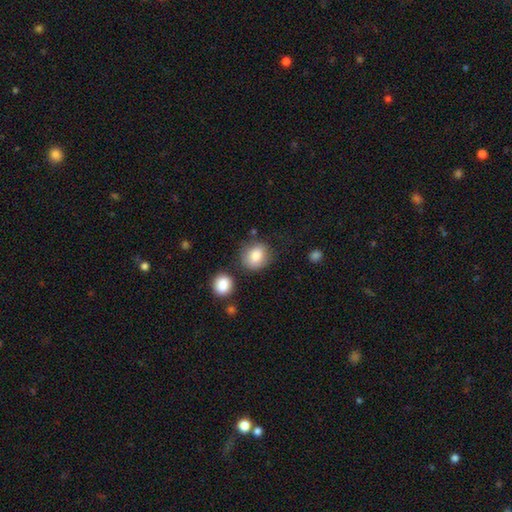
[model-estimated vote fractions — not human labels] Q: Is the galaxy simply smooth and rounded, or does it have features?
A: smooth — 83%.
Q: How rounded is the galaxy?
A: round — 72%.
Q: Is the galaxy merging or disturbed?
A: none — 70%.